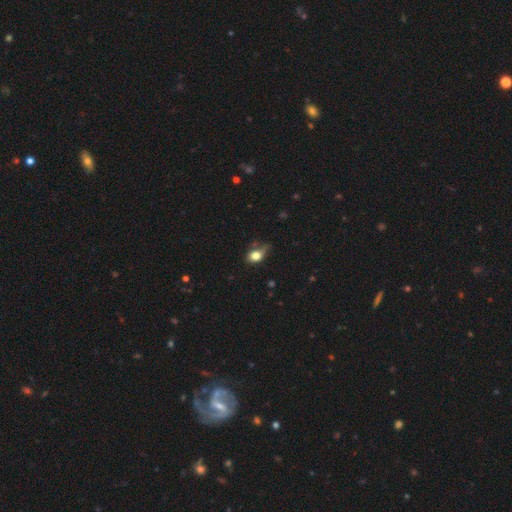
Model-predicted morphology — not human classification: This is likely a smooth galaxy (78%). How rounded: likely in between (64%). Merging: marginally none (39%, tied with minor disturbance).